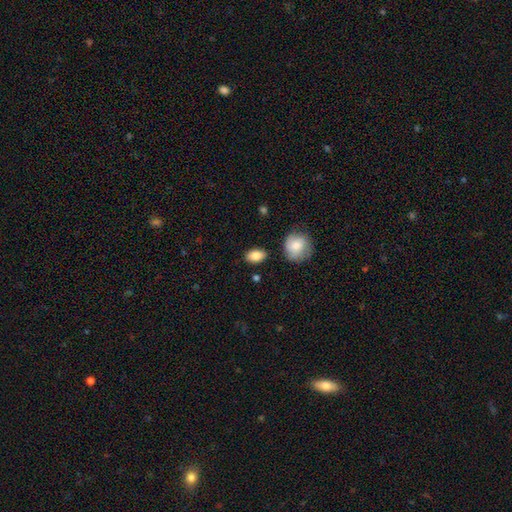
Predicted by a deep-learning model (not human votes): Smooth or featured?
  - smooth: 85% *
  - featured or disk: 8%
  - star or artifact: 7%
How rounded?
  - in between: 85% *
  - round: 12%
  - cigar-shaped: 2%
Merging?
  - none: 84% *
  - minor disturbance: 10%
  - merger: 3%
  - major disturbance: 2%